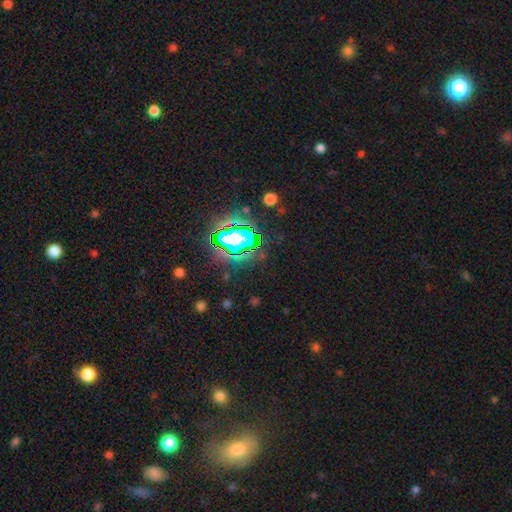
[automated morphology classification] This appears to be a star or artifact, not a galaxy (80%).